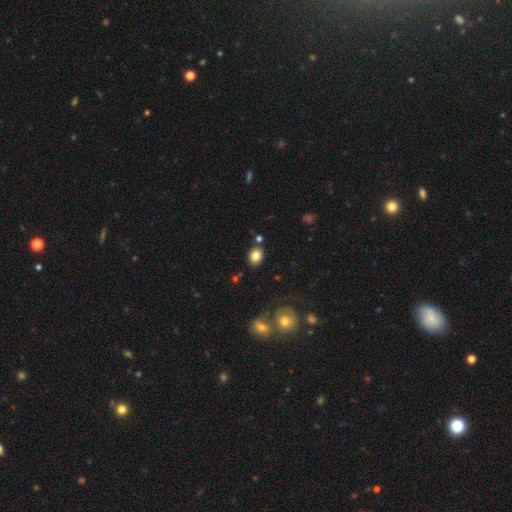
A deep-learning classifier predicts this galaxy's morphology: A smooth galaxy with no disk features (82%) that is in between round and cigar-shaped (55%). Merging: none (80%).